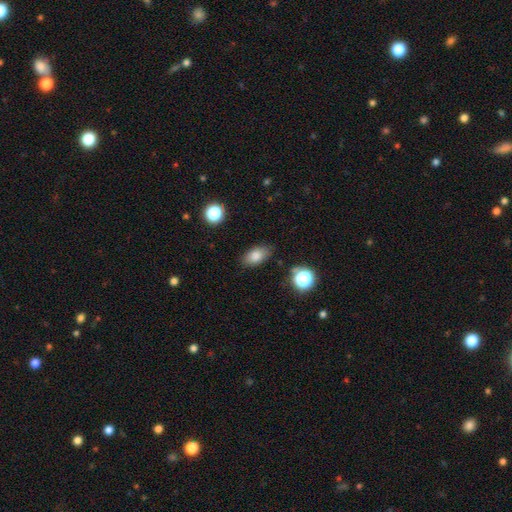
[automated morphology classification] Smooth or featured: smooth — 81% (star or artifact — 10%)
How rounded: in between — 88% (round — 9%)
Merging: none — 83% (minor disturbance — 12%)